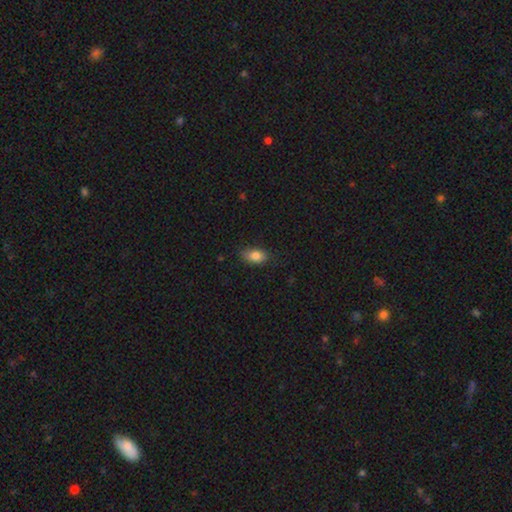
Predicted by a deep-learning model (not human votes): Smooth or featured? smooth (83%)
How rounded? in between (87%)
Merging? none (78%)